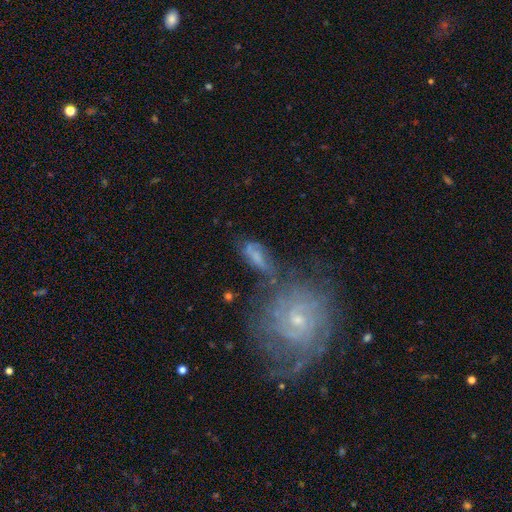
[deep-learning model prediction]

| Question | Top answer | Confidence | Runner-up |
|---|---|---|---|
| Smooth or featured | featured or disk | 48% | smooth (39%) |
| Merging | none | 42% | minor disturbance (22%) |